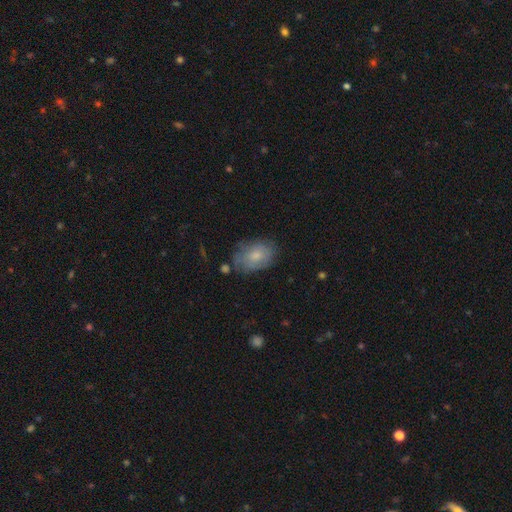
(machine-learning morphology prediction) Smooth or featured?
  - smooth: 72% *
  - featured or disk: 20%
  - star or artifact: 7%
How rounded?
  - in between: 82% *
  - round: 17%
  - cigar-shaped: 1%
Merging?
  - none: 66% *
  - minor disturbance: 24%
  - major disturbance: 7%
  - merger: 3%